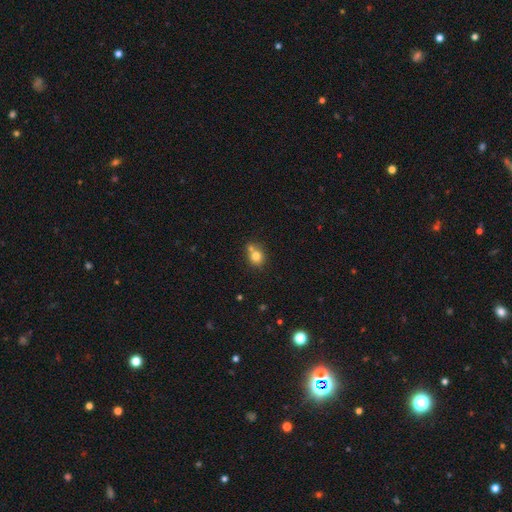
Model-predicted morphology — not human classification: A smooth galaxy with no disk features (77%) that is round (74%).

Vote fractions:
- Smooth or featured? smooth: 77% / star or artifact: 12% / featured or disk: 11%
- How rounded? round: 74% / in between: 25% / cigar-shaped: 1%
- Merging? none: 48% / merger: 38% / minor disturbance: 10% / major disturbance: 3%